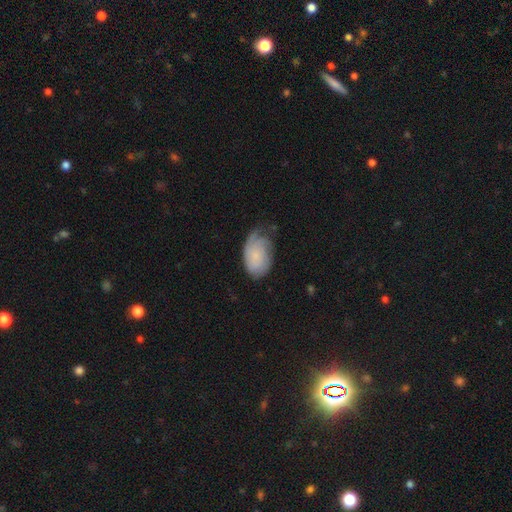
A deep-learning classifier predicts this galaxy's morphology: A featured or disk galaxy (47%). Merging: none (45%).